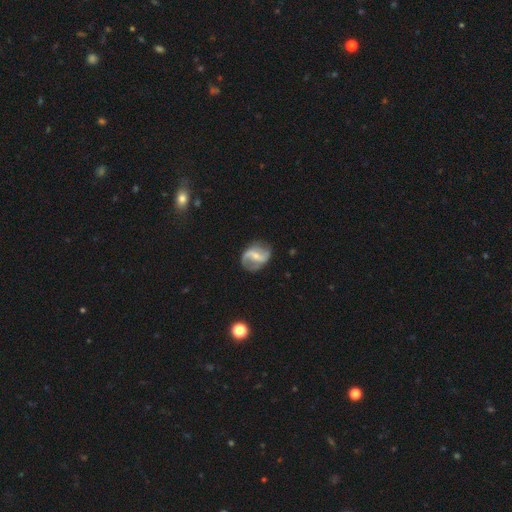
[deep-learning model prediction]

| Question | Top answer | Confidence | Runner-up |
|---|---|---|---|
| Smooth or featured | featured or disk | 80% | smooth (14%) |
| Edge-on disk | no | 97% | yes (3%) |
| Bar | strong | 44% | weak (39%) |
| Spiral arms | yes | 89% | no (11%) |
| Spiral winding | loose | 53% | medium (34%) |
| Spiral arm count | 2 | 87% | can't tell (5%) |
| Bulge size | small | 56% | moderate (36%) |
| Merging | none | 74% | minor disturbance (17%) |